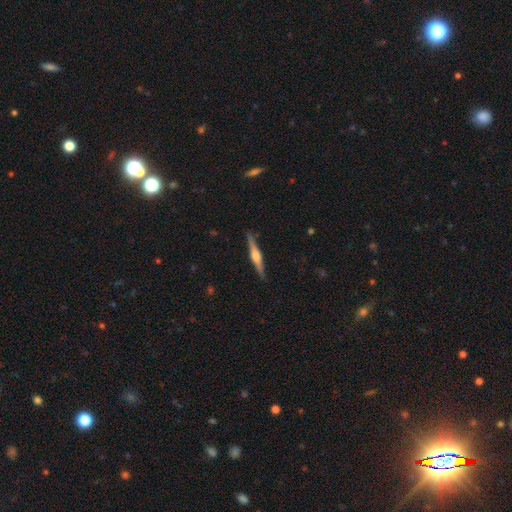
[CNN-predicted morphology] type=featured or disk (74%); edge-on=yes (98%); edge-on bulge=rounded (82%); merging=none (90%).